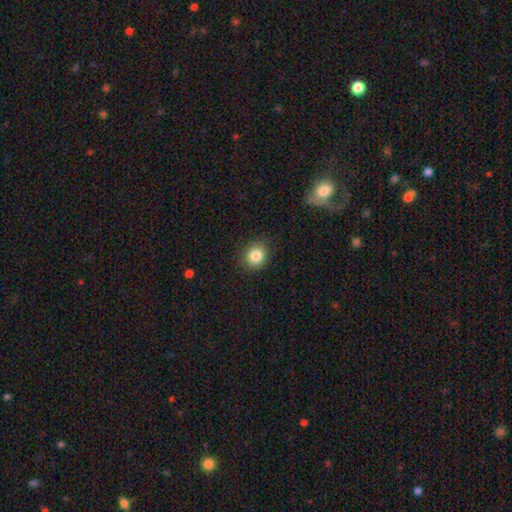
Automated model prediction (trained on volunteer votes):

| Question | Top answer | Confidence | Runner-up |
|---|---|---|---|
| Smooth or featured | smooth | 84% | star or artifact (10%) |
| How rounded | round | 80% | in between (19%) |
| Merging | none | 88% | minor disturbance (9%) |